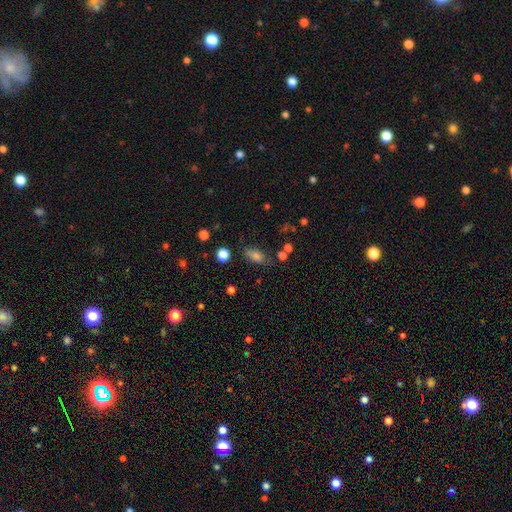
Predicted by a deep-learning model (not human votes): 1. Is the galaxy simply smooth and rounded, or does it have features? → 72% smooth, 17% star or artifact, 11% featured or disk.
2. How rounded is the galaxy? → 80% in between, 11% cigar-shaped, 10% round.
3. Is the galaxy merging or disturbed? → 67% none, 20% minor disturbance, 7% major disturbance, 6% merger.